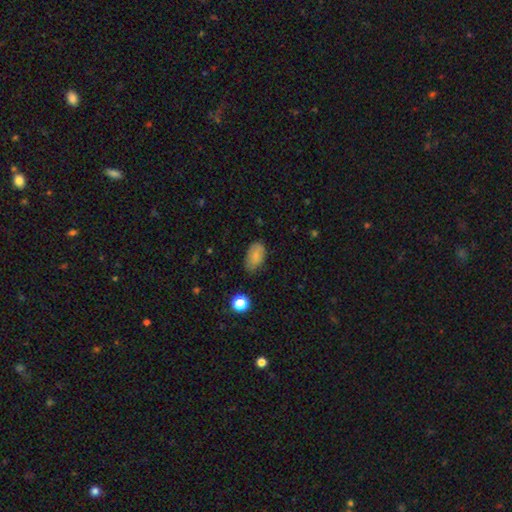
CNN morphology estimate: smooth_or_featured: smooth (p=0.79) [alt: featured or disk p=0.12]
how_rounded: in between (p=0.91) [alt: round p=0.06]
merging: none (p=0.71) [alt: minor disturbance p=0.22]